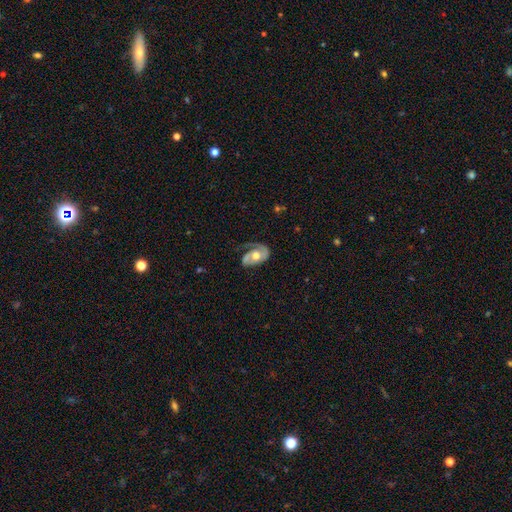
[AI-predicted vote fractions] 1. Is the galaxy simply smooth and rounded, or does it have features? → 76% featured or disk, 19% smooth, 5% star or artifact.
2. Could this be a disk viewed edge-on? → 96% no, 4% yes.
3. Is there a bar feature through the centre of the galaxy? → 69% no, 23% weak, 8% strong.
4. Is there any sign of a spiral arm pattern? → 88% yes, 12% no.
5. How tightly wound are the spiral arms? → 40% medium, 35% tight, 25% loose.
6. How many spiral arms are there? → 54% 1, 37% 2, 6% can't tell, 1% 3, 1% 4, 1% more than 4.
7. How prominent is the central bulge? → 70% moderate, 16% large, 11% small, 1% none, 1% dominant.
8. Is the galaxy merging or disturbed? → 43% none, 31% major disturbance, 24% minor disturbance, 3% merger.